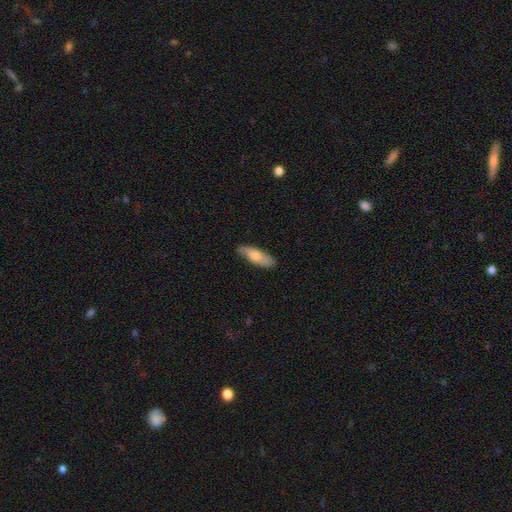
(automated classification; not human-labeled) This appears to be a smooth galaxy with no disk features (73%) that is in between round and cigar-shaped (61%). Merging: none (82%).